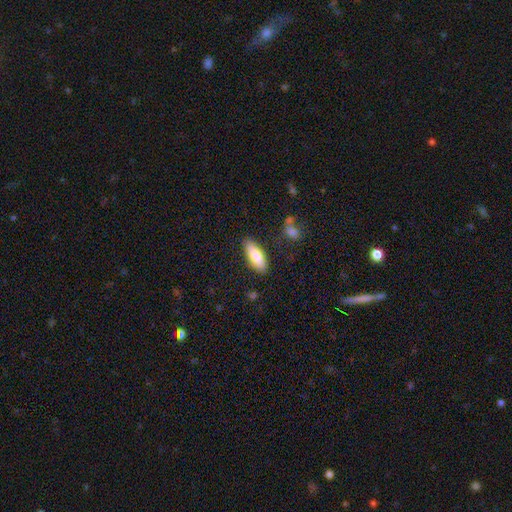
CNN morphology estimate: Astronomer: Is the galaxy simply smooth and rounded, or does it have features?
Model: smooth — 78%.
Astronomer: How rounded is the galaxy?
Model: in between — 68%.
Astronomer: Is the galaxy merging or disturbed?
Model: none — 84%.